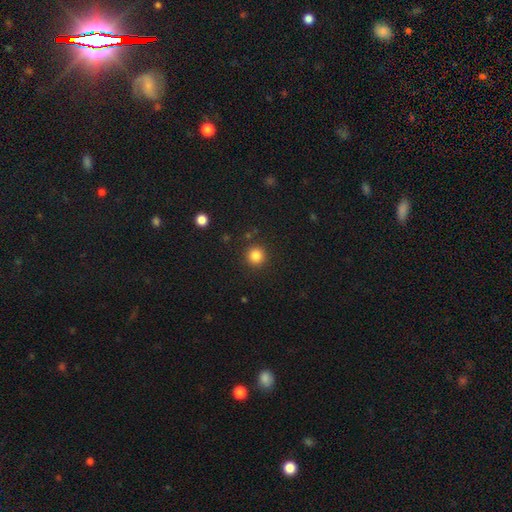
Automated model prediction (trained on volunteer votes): Overall: smooth (85%). How rounded: round (94%). Merging: none (90%).